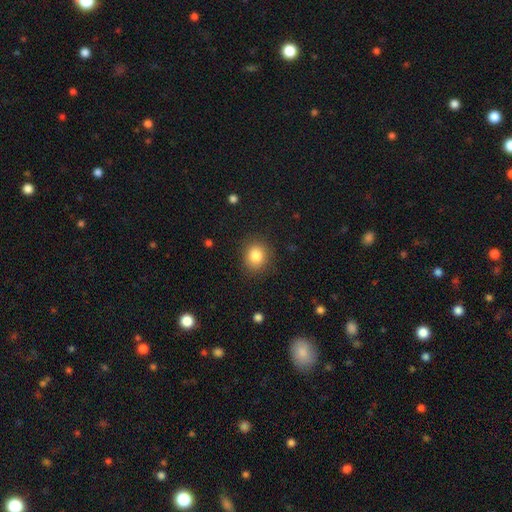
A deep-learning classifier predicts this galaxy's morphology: Smooth or featured?
  - smooth: 84% *
  - star or artifact: 10%
  - featured or disk: 6%
How rounded?
  - round: 77% *
  - in between: 22%
  - cigar-shaped: 1%
Merging?
  - none: 88% *
  - minor disturbance: 8%
  - major disturbance: 3%
  - merger: 1%